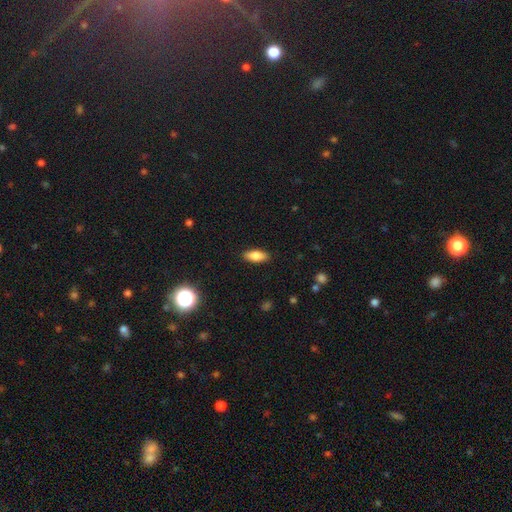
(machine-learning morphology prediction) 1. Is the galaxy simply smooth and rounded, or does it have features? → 82% smooth, 10% featured or disk, 8% star or artifact.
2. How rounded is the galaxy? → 78% in between, 20% cigar-shaped, 3% round.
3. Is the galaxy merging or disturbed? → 88% none, 8% minor disturbance, 2% major disturbance, 1% merger.